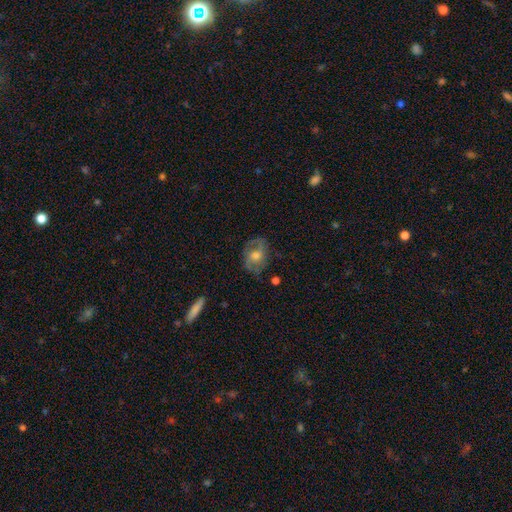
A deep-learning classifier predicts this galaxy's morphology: Smooth or featured: featured or disk — 57% (smooth — 35%)
Edge-on disk: no — 94% (yes — 6%)
Bar: no — 71% (weak — 23%)
Spiral arms: yes — 64% (no — 36%)
Bulge size: moderate — 65% (small — 22%)
Merging: none — 67% (minor disturbance — 21%)